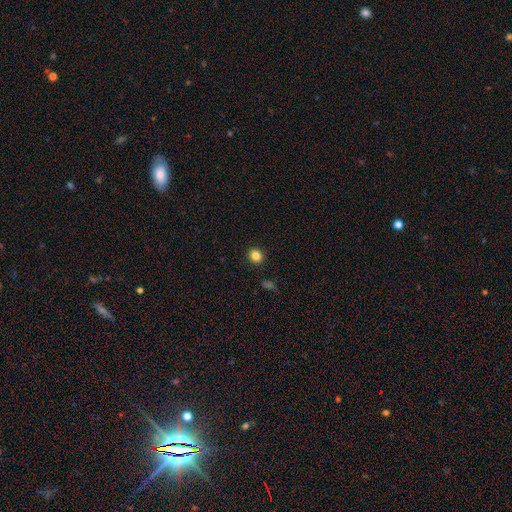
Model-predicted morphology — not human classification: The model was most divided on "how rounded": round: 84%, in between: 15%, cigar-shaped: 1%. More confident: merging — none (92%); smooth or featured — smooth (84%).